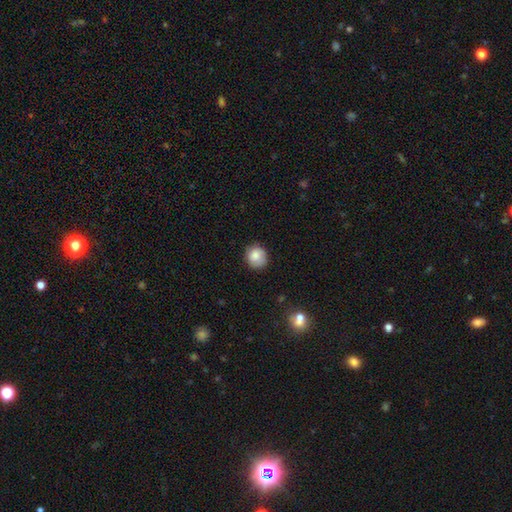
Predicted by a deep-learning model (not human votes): smooth_or_featured: smooth (p=0.84) [alt: star or artifact p=0.08]
how_rounded: round (p=0.86) [alt: in between p=0.13]
merging: none (p=0.80) [alt: minor disturbance p=0.16]